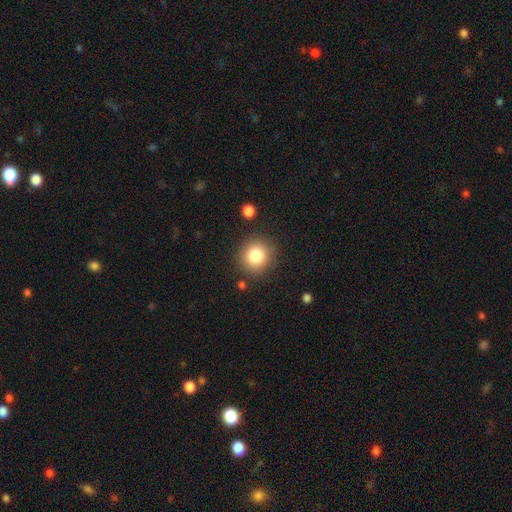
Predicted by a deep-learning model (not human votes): A smooth galaxy with no disk features (83%) that is round (90%). Merging: none (85%).